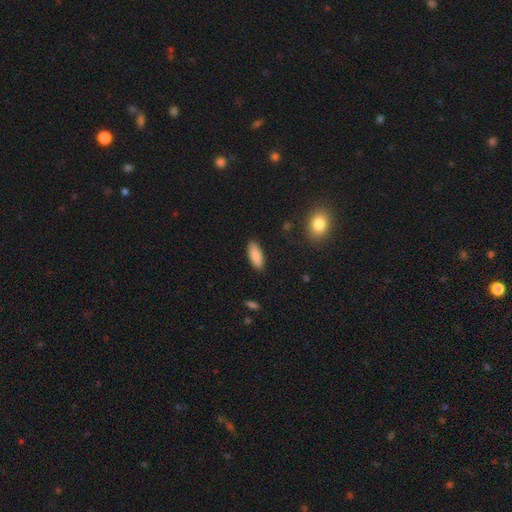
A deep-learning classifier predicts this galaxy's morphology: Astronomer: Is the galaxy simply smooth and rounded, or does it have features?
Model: smooth — 89%.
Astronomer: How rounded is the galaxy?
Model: in between — 76%.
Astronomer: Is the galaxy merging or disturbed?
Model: none — 88%.